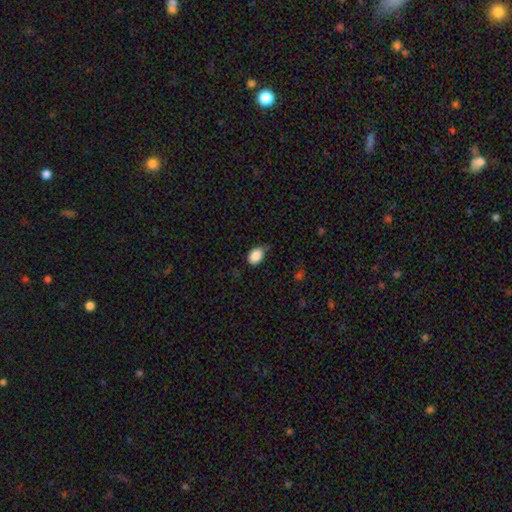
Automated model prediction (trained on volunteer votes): smooth-or-featured: smooth: 88% | star or artifact: 8% | featured or disk: 4%
  how-rounded: in between: 79% | round: 20% | cigar-shaped: 1%
  merging: none: 59% | minor disturbance: 33% | major disturbance: 7% | merger: 2%